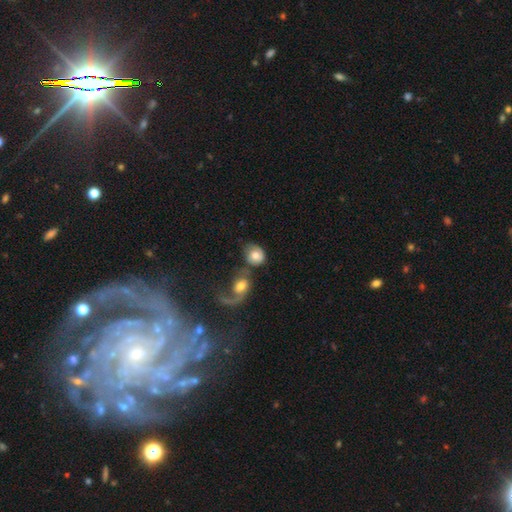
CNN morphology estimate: smooth_or_featured: smooth (p=0.64) [alt: featured or disk p=0.29]
how_rounded: round (p=0.68) [alt: in between p=0.31]
merging: merger (p=0.45) [alt: none p=0.29]